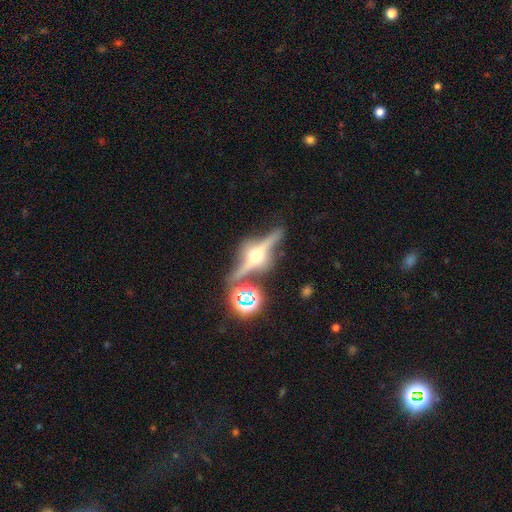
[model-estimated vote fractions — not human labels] Q: Smooth or featured?
A: featured or disk (81%); runner-up: star or artifact (11%)
Q: Edge-on disk?
A: yes (93%); runner-up: no (7%)
Q: Edge-on bulge?
A: rounded (97%); runner-up: boxy (2%)
Q: Merging?
A: none (77%); runner-up: minor disturbance (11%)